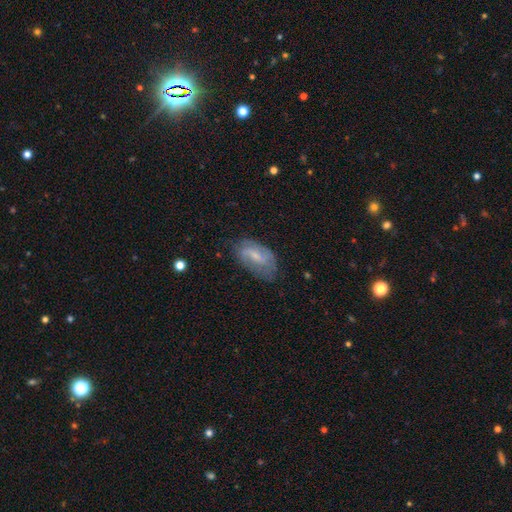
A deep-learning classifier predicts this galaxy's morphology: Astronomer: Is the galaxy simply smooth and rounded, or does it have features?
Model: featured or disk — 54% (runner-up: smooth, 39%).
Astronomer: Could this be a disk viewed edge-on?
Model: no — 94%.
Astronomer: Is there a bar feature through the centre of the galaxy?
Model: weak — 52% (runner-up: no, 33%).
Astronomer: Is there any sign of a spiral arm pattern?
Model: yes — 76%.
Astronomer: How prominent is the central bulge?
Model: small — 56%.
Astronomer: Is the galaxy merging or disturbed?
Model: none — 61%.